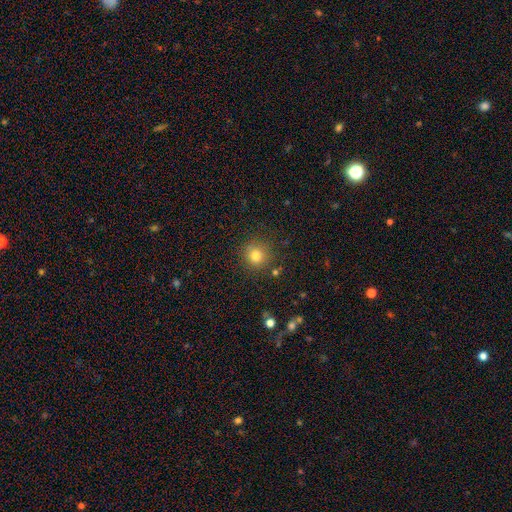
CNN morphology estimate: This appears to be a smooth galaxy with no disk features (79%) that is round (93%). Merging: none (86%).